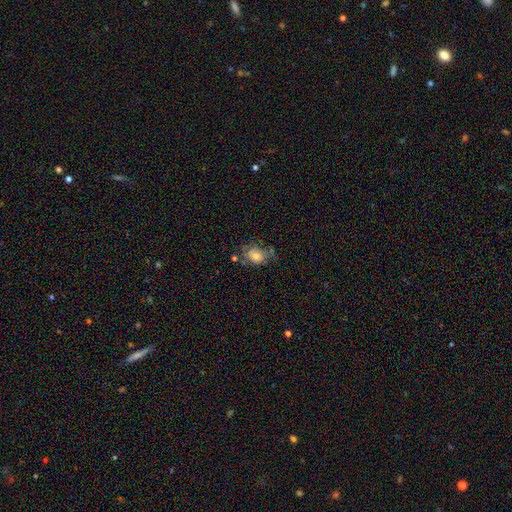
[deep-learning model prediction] Overall: smooth (50%; featured or disk 34%). How rounded: in between (56%; round 43%). Merging: none (52%; minor disturbance 25%).